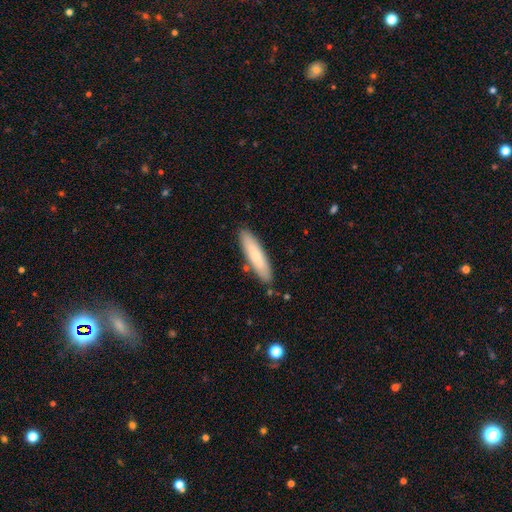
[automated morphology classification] Q: Smooth or featured?
A: smooth (79%); runner-up: featured or disk (16%)
Q: How rounded?
A: cigar-shaped (78%); runner-up: in between (20%)
Q: Merging?
A: none (85%); runner-up: minor disturbance (10%)